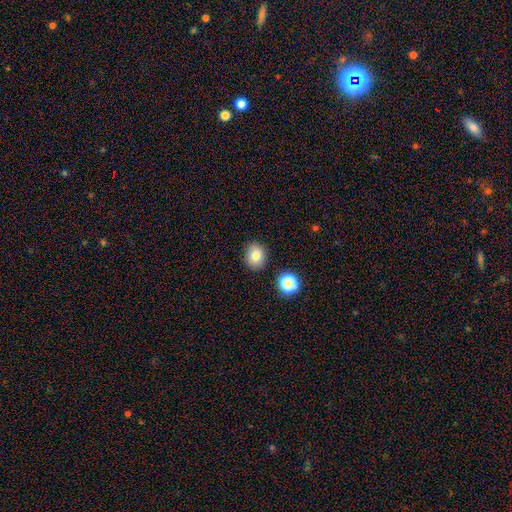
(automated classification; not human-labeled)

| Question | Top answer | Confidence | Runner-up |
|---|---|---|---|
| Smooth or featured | smooth | 80% | star or artifact (12%) |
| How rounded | round | 67% | in between (32%) |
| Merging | none | 86% | minor disturbance (8%) |